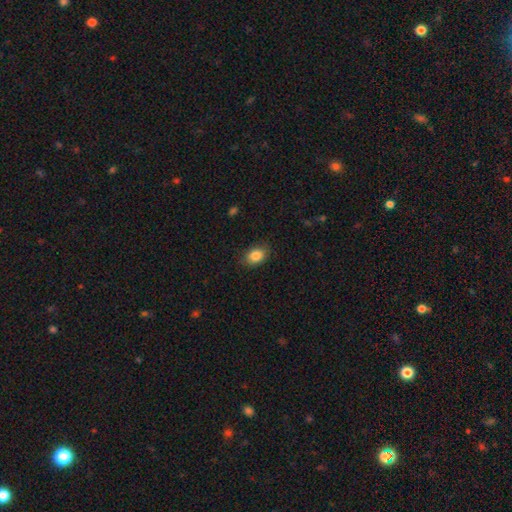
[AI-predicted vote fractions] Morphology: type=smooth (86%); roundness=in between (76%); merging=none (83%).